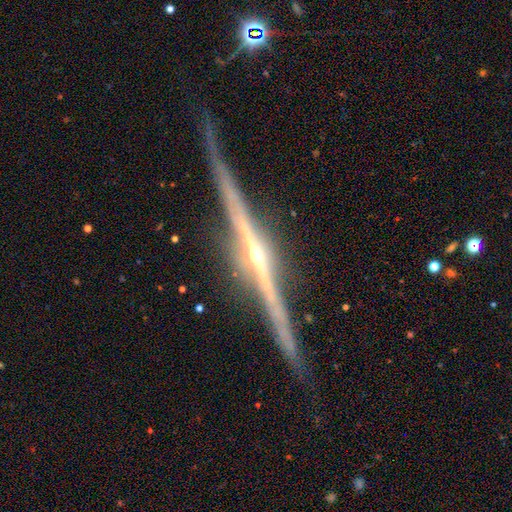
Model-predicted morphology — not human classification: smooth-or-featured: featured or disk: 91% | star or artifact: 5% | smooth: 4%
  disk-edge-on: yes: 98% | no: 2%
    edge-on-bulge: rounded: 80% | none: 12% | boxy: 8%
  merging: none: 87% | minor disturbance: 9% | major disturbance: 2% | merger: 2%